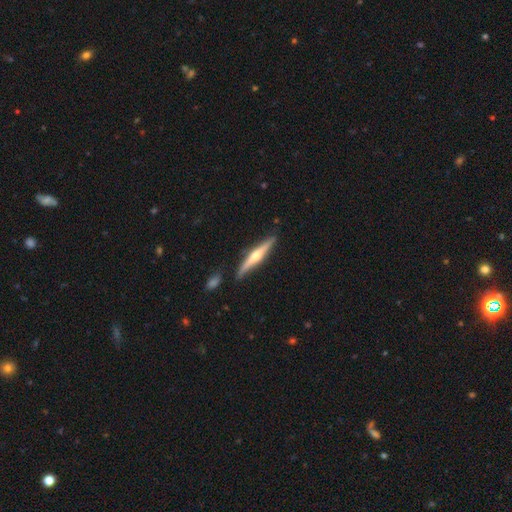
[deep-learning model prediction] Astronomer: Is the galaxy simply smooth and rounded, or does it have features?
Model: featured or disk — 68%.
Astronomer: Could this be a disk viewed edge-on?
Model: yes — 97%.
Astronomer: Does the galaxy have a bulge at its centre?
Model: rounded — 88%.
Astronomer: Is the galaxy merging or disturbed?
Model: none — 84%.